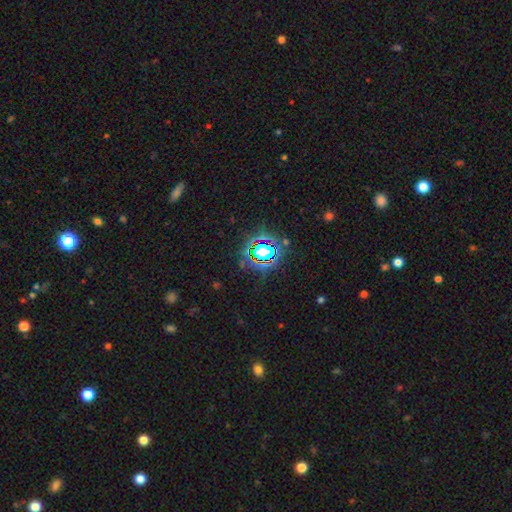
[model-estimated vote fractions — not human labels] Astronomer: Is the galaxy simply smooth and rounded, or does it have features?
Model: star or artifact — 69%.